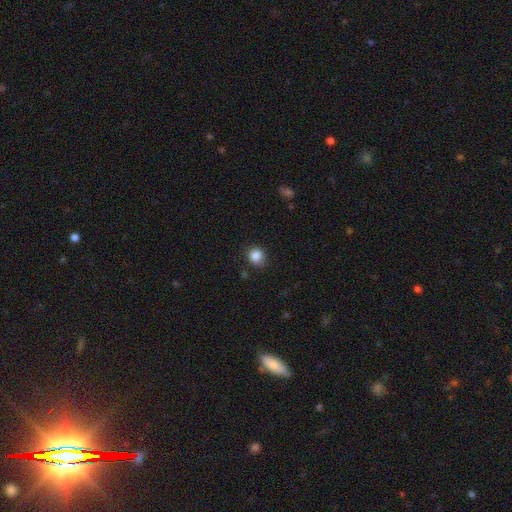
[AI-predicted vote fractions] A smooth galaxy with no disk features (86%) that is round (83%).

Vote fractions:
- Smooth or featured? smooth: 86% / star or artifact: 10% / featured or disk: 4%
- How rounded? round: 83% / in between: 16% / cigar-shaped: 1%
- Merging? none: 81% / minor disturbance: 15% / major disturbance: 3% / merger: 2%